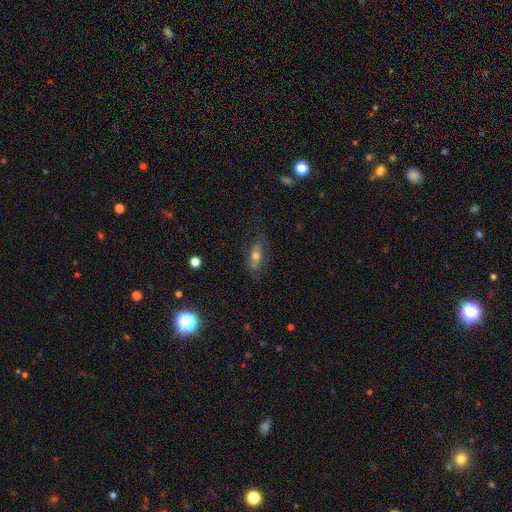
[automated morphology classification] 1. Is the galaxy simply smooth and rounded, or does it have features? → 54% smooth, 38% featured or disk, 9% star or artifact.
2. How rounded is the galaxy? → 73% in between, 22% cigar-shaped, 6% round.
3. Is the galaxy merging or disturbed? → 69% none, 20% minor disturbance, 9% major disturbance, 2% merger.